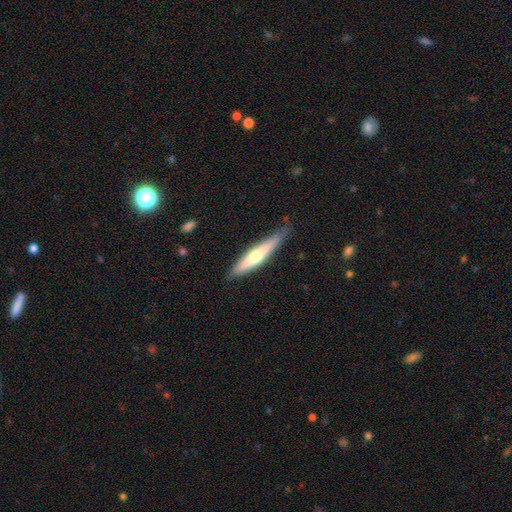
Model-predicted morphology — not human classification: Smooth or featured: smooth — 50% (featured or disk — 45%)
Merging: none — 79% (minor disturbance — 17%)